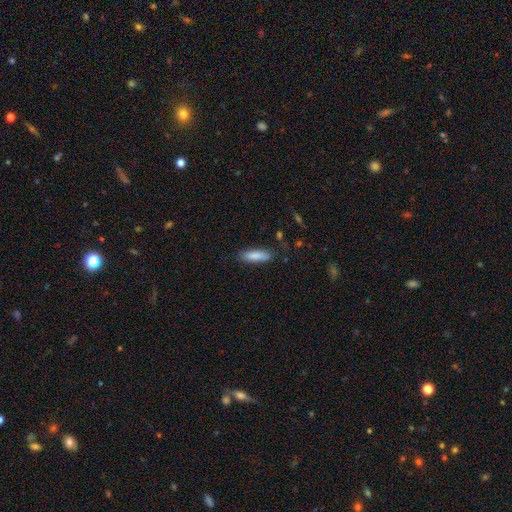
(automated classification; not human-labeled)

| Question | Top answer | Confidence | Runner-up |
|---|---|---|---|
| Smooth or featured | smooth | 85% | featured or disk (9%) |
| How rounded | cigar-shaped | 58% | in between (40%) |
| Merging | none | 79% | minor disturbance (15%) |